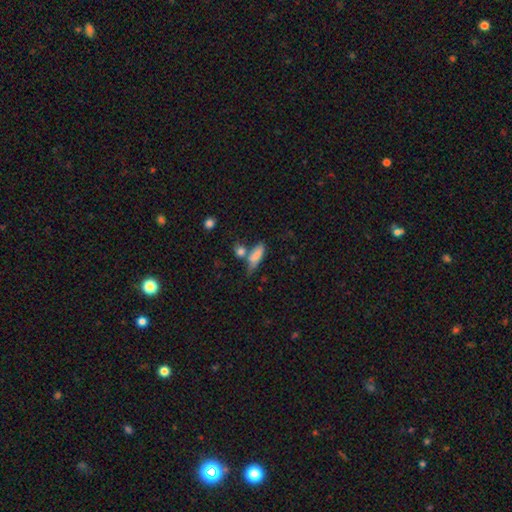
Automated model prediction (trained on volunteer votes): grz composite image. It shows a smooth galaxy with no disk features (76%) that is in between round and cigar-shaped (54%). Merging: none (38%).